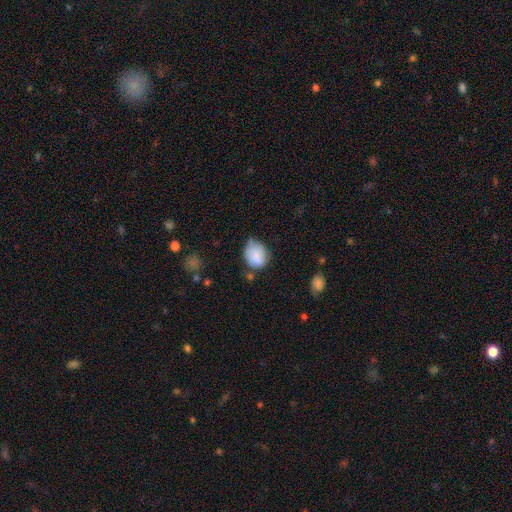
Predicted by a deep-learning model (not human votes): Overall: smooth (83%). How rounded: round (59%; in between 41%). Merging: none (50%; minor disturbance 35%).